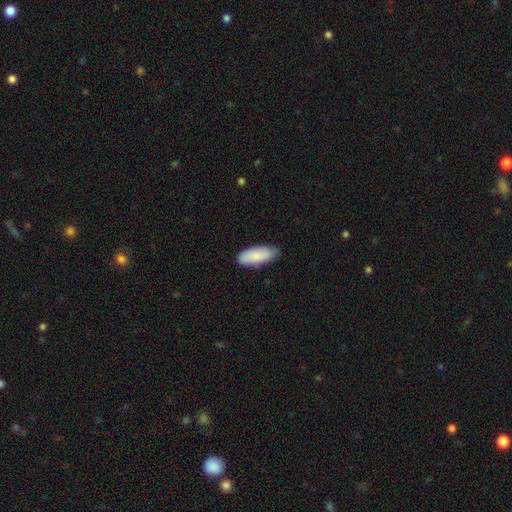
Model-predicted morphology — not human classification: smooth_or_featured: smooth (p=0.85) [alt: featured or disk p=0.09]
how_rounded: in between (p=0.84) [alt: cigar-shaped p=0.14]
merging: none (p=0.76) [alt: minor disturbance p=0.20]